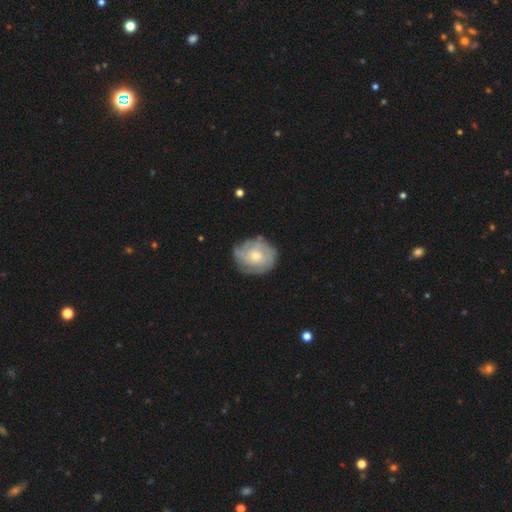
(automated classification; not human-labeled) Smooth or featured: featured or disk — 63% (smooth — 31%)
Edge-on disk: no — 97% (yes — 3%)
Bar: no — 81% (weak — 17%)
Spiral arms: yes — 78% (no — 22%)
Bulge size: moderate — 56% (small — 38%)
Merging: none — 74% (minor disturbance — 19%)